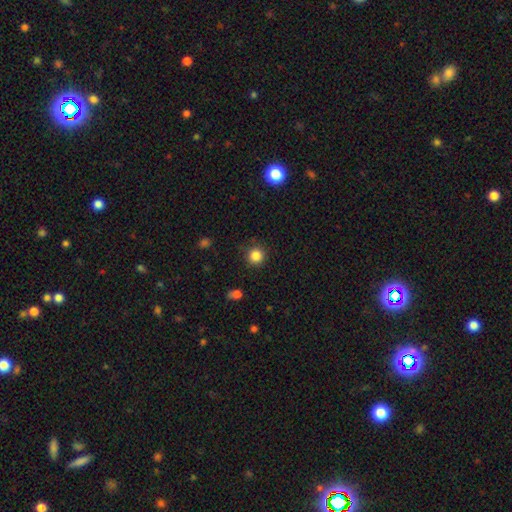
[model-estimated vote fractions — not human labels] The model was most divided on "smooth or featured": smooth: 85%, star or artifact: 11%, featured or disk: 4%. More confident: how rounded — round (94%); merging — none (89%).